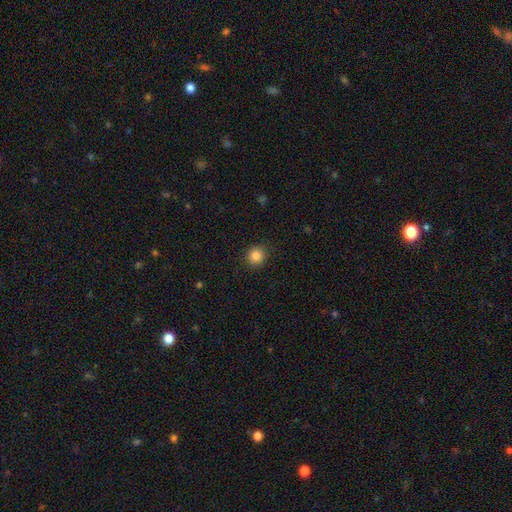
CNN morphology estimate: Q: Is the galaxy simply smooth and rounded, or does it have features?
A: smooth — 85%.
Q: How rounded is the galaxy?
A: round — 88%.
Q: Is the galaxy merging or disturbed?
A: none — 90%.